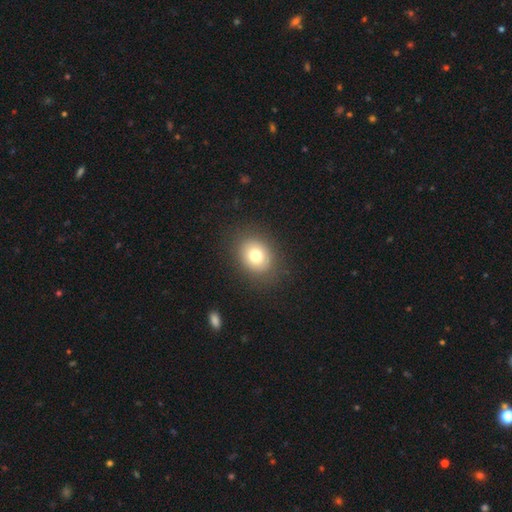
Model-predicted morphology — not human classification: This is likely a smooth galaxy (76%). How rounded: possibly round (56%). Merging: clearly none (87%).